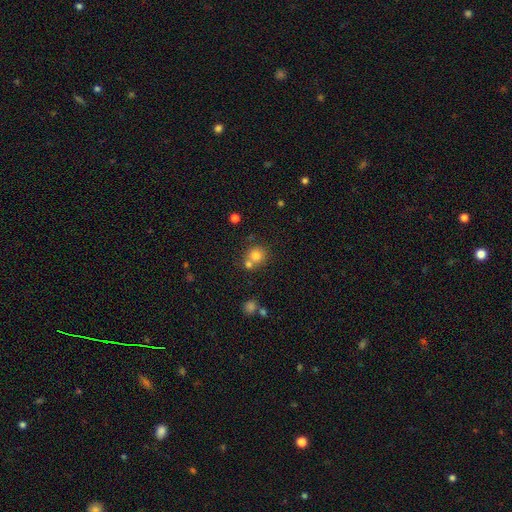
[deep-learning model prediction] A smooth galaxy with no disk features (78%) that is round (86%).

Vote fractions:
- Smooth or featured? smooth: 78% / star or artifact: 13% / featured or disk: 10%
- How rounded? round: 86% / in between: 13% / cigar-shaped: 1%
- Merging? none: 55% / merger: 34% / minor disturbance: 8% / major disturbance: 3%